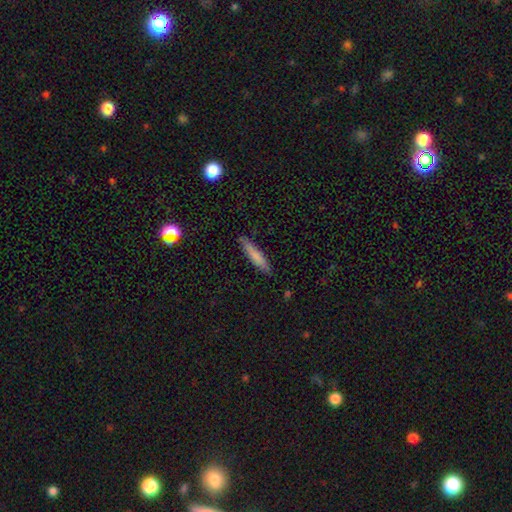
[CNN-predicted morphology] A smooth galaxy with no disk features (75%) that is cigar-shaped (89%). Merging: none (86%).